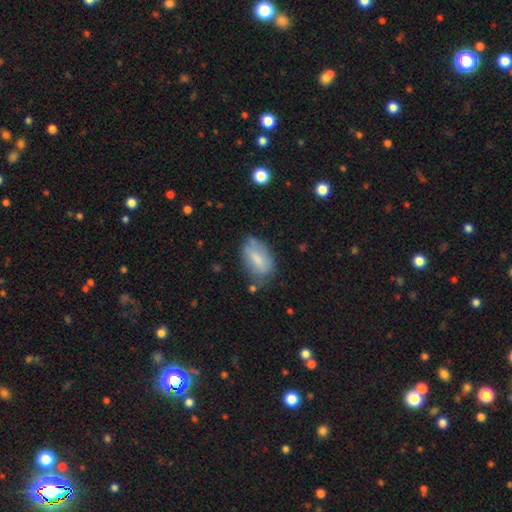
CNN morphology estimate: Overall: smooth (71%). How rounded: in between (92%). Merging: none (63%; minor disturbance 27%).